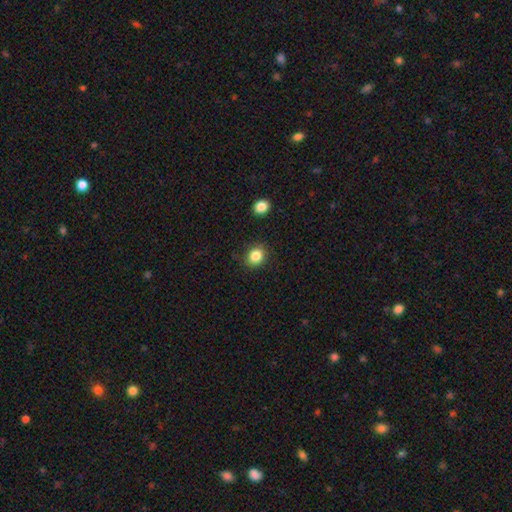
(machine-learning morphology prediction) Q: Smooth or featured?
A: smooth (85%); runner-up: star or artifact (10%)
Q: How rounded?
A: round (63%); runner-up: in between (36%)
Q: Merging?
A: none (86%); runner-up: minor disturbance (10%)